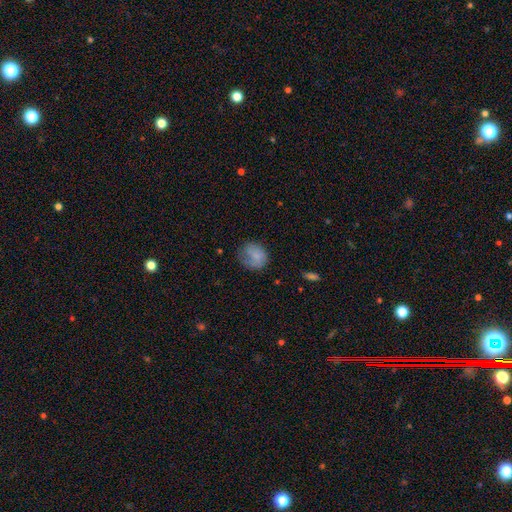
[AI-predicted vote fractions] Smooth or featured: smooth — 75% (featured or disk — 17%)
How rounded: round — 65% (in between — 34%)
Merging: none — 55% (minor disturbance — 28%)